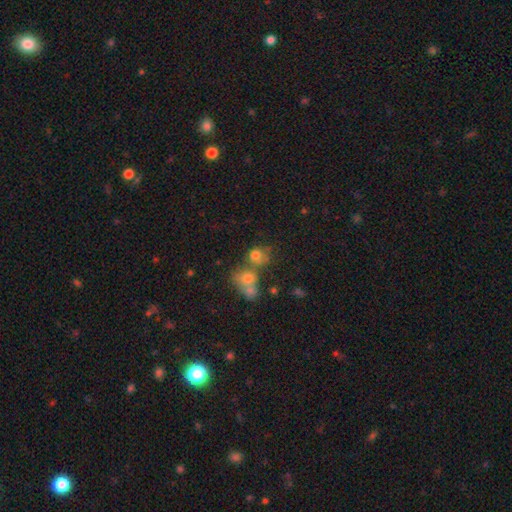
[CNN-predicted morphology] Smooth or featured: smooth — 72% (star or artifact — 14%)
How rounded: round — 68% (in between — 30%)
Merging: merger — 48% (none — 36%)